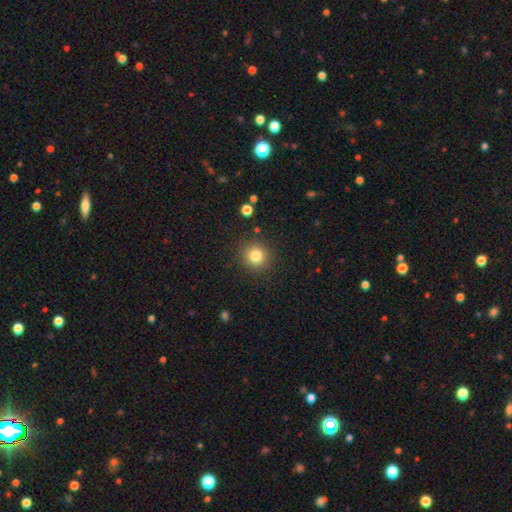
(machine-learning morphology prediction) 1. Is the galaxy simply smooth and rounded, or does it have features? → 81% smooth, 12% star or artifact, 7% featured or disk.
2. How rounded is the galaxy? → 92% round, 8% in between, 1% cigar-shaped.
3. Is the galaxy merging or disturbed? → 88% none, 7% minor disturbance, 3% major disturbance, 2% merger.